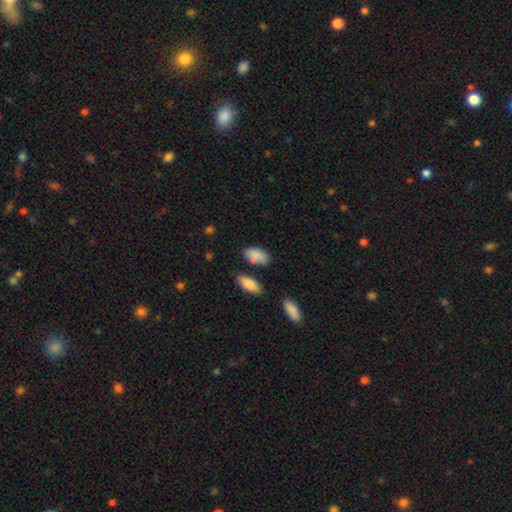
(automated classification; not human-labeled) smooth_or_featured: smooth (p=0.85) [alt: featured or disk p=0.08]
how_rounded: in between (p=0.92) [alt: round p=0.04]
merging: none (p=0.61) [alt: minor disturbance p=0.21]